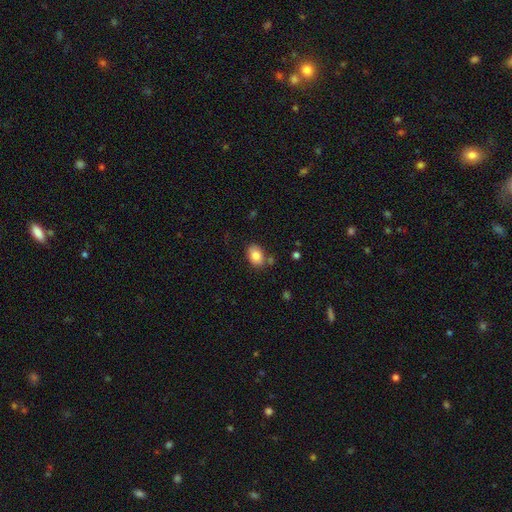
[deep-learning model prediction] This appears to be a smooth galaxy with no disk features (84%) that is in between round and cigar-shaped (79%). Merging: none (75%).